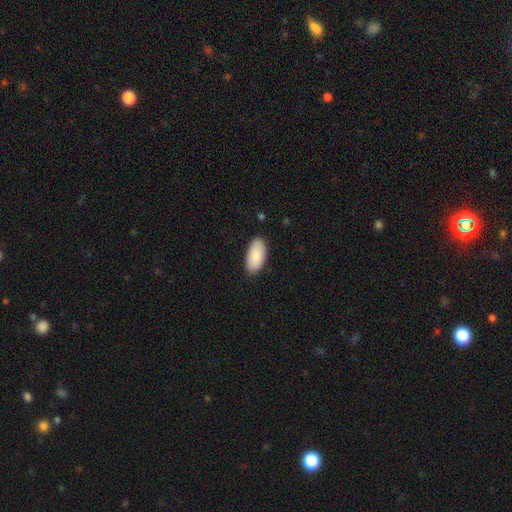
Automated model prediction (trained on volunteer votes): This is clearly a smooth galaxy (87%). How rounded: clearly in between (95%). Merging: clearly none (87%).